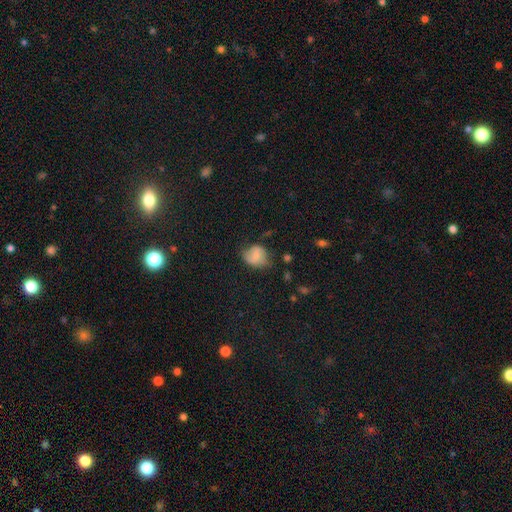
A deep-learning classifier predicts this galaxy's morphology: Overall: smooth (67%). How rounded: round (59%; in between 40%). Merging: none (55%; minor disturbance 31%).